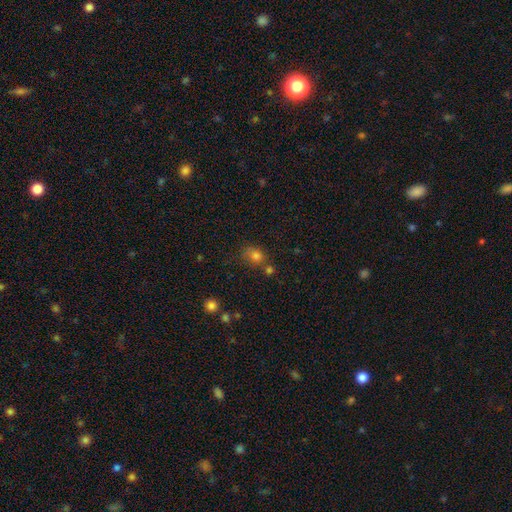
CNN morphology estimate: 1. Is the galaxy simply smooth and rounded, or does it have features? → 77% smooth, 16% star or artifact, 8% featured or disk.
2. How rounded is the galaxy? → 58% round, 41% in between, 1% cigar-shaped.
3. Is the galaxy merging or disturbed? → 56% none, 19% minor disturbance, 18% merger, 7% major disturbance.